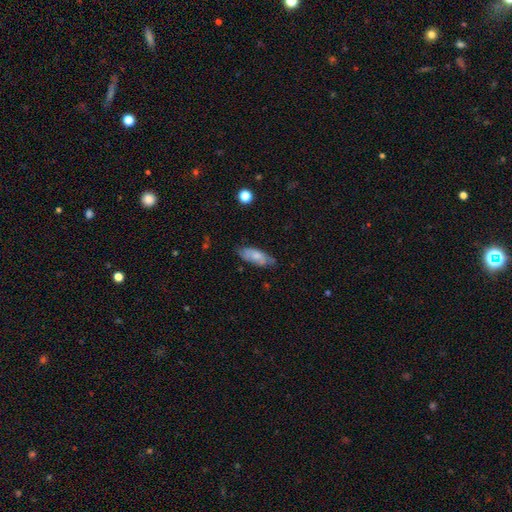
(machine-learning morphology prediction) This is likely a smooth galaxy (67%). How rounded: likely in between (77%). Merging: likely none (66%).